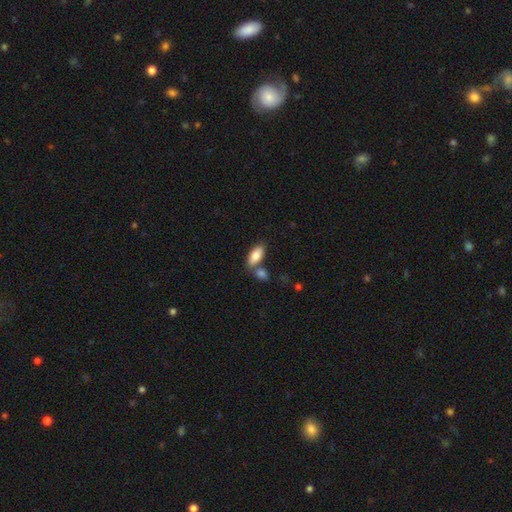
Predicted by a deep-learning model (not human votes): Smooth or featured?
  - smooth: 84% *
  - featured or disk: 10%
  - star or artifact: 6%
How rounded?
  - in between: 89% *
  - cigar-shaped: 9%
  - round: 3%
Merging?
  - none: 56% *
  - merger: 30%
  - minor disturbance: 11%
  - major disturbance: 3%